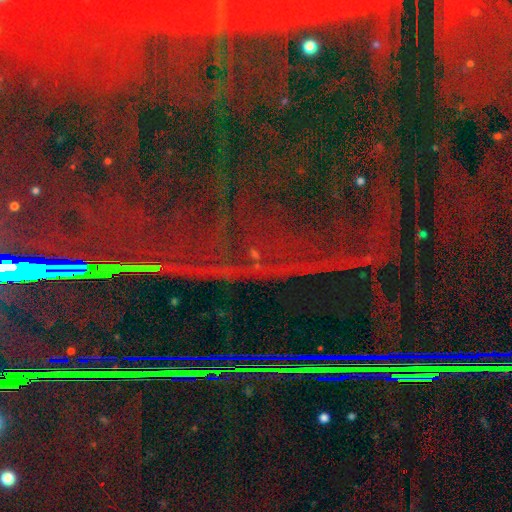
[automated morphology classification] Q: Smooth or featured?
A: star or artifact (88%); runner-up: featured or disk (6%)